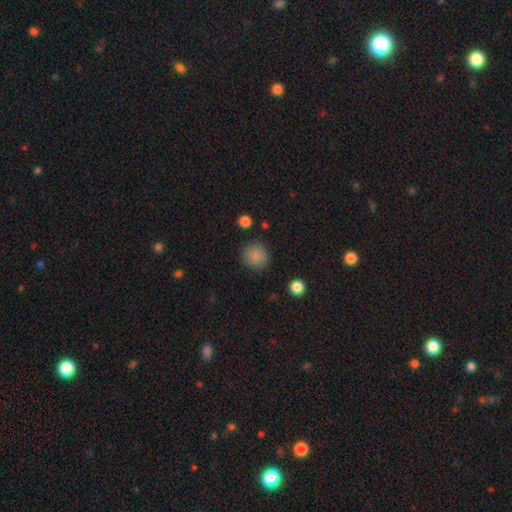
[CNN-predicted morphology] This appears to be a smooth galaxy with no disk features (87%) that is round (92%). Merging: none (87%).